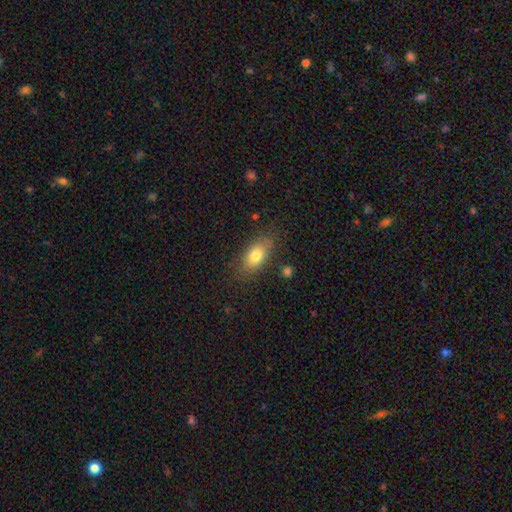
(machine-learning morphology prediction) The model was most divided on "merging": none: 79%, minor disturbance: 15%, major disturbance: 5%, merger: 2%. More confident: how rounded — in between (84%); smooth or featured — smooth (78%).